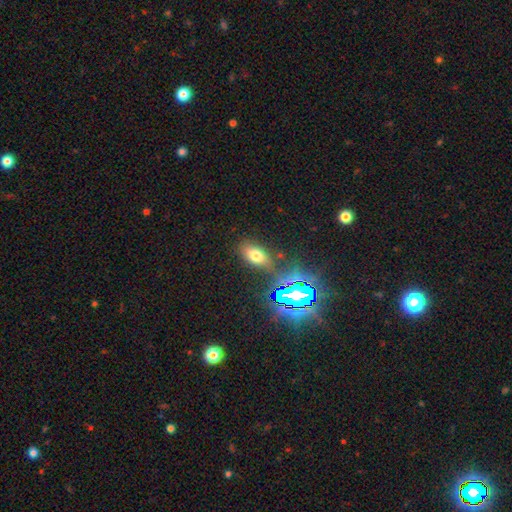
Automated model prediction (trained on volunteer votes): Smooth or featured? smooth (64%)
How rounded? in between (85%)
Merging? none (78%)